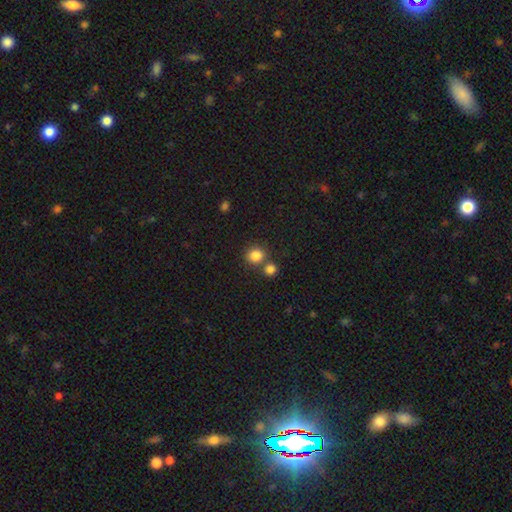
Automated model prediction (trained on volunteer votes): smooth-or-featured: smooth: 83% | star or artifact: 11% | featured or disk: 5%
  how-rounded: round: 84% | in between: 16% | cigar-shaped: 1%
  merging: none: 64% | merger: 25% | minor disturbance: 8% | major disturbance: 3%